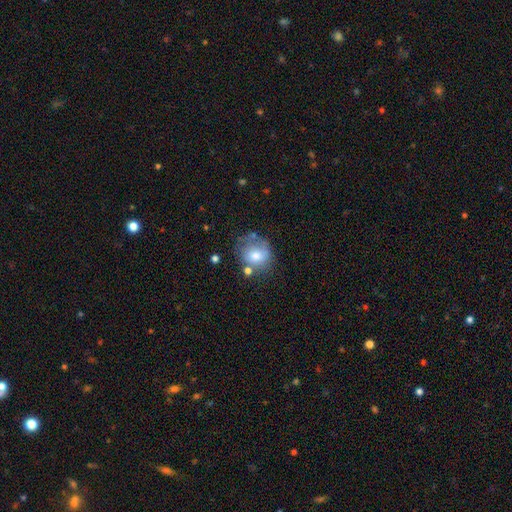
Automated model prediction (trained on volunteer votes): A smooth galaxy with no disk features (70%) that is round (77%). Merging: none (54%).